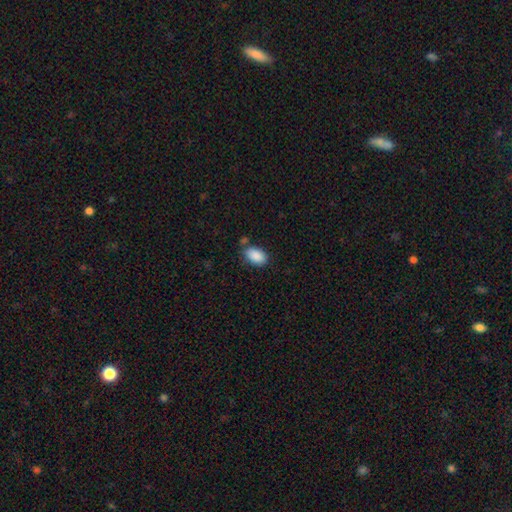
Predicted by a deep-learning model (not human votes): smooth-or-featured: smooth: 89% | star or artifact: 7% | featured or disk: 3%
  how-rounded: in between: 92% | round: 7% | cigar-shaped: 1%
  merging: none: 72% | minor disturbance: 17% | merger: 7% | major disturbance: 4%